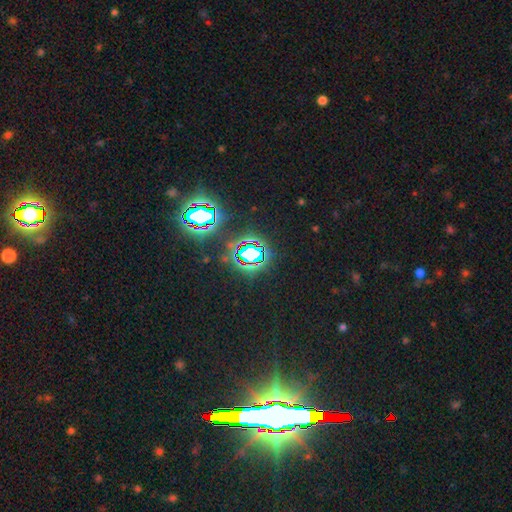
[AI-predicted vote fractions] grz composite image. It shows a star or artifact, not a galaxy (84%).